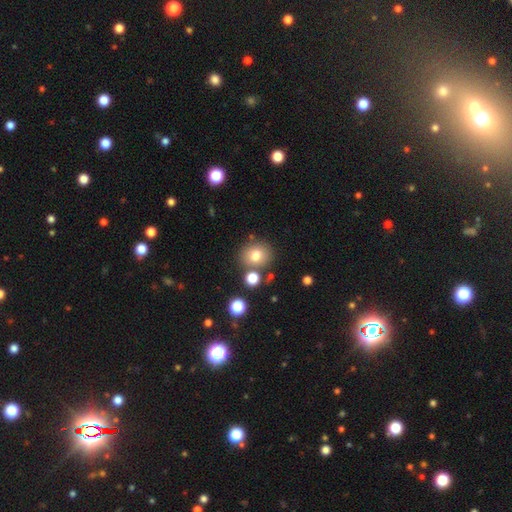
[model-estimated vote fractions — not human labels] This is likely a smooth galaxy (76%). How rounded: likely round (75%). Merging: likely none (76%).